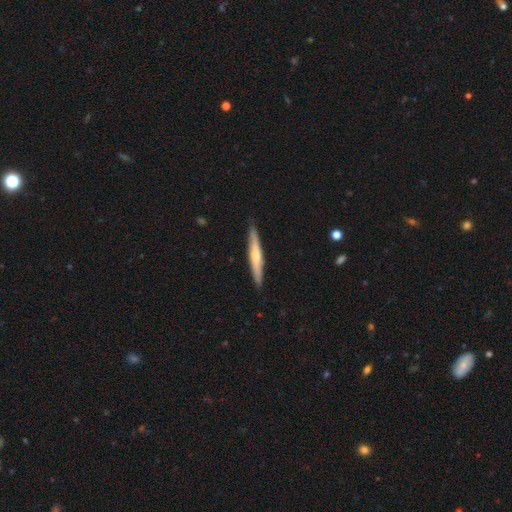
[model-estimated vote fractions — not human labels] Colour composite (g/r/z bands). It shows a featured or disk galaxy (53%) viewed edge-on (94%). Merging: none (89%).